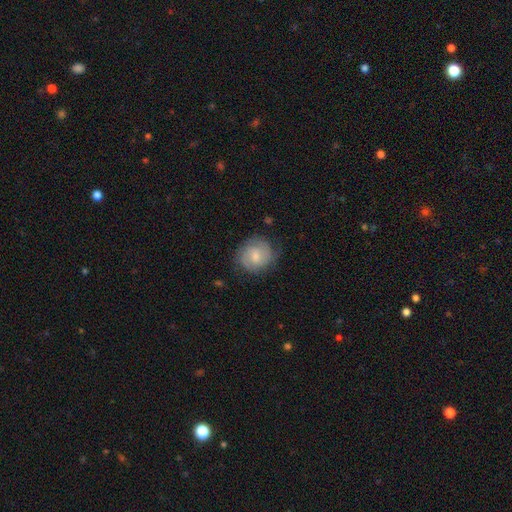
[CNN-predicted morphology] Smooth or featured?
  - featured or disk: 49% *
  - smooth: 44%
  - star or artifact: 7%
Merging?
  - none: 72% *
  - minor disturbance: 20%
  - major disturbance: 7%
  - merger: 1%